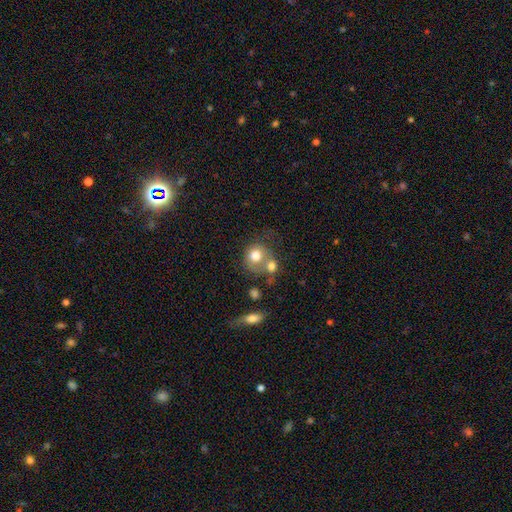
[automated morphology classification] Q: Smooth or featured?
A: smooth (75%); runner-up: featured or disk (17%)
Q: How rounded?
A: round (74%); runner-up: in between (25%)
Q: Merging?
A: merger (46%); runner-up: none (30%)